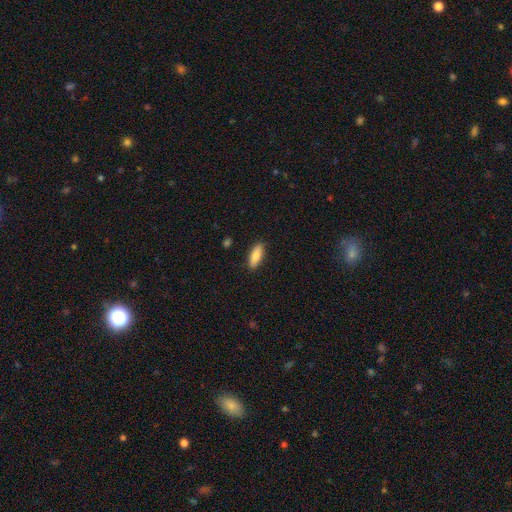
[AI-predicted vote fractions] Overall: smooth (85%). How rounded: in between (66%; cigar-shaped 32%). Merging: none (88%).